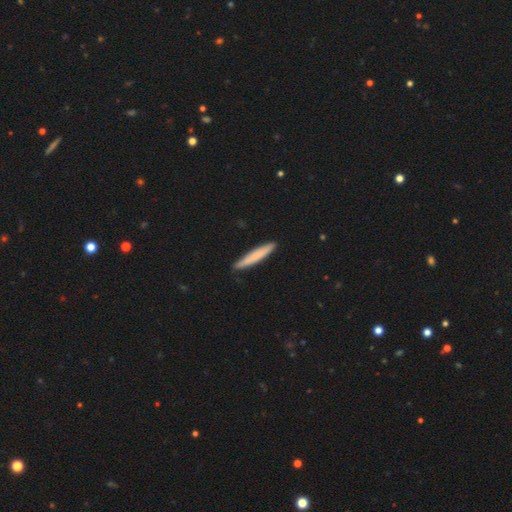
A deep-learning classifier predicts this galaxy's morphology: smooth_or_featured: smooth (p=0.75) [alt: featured or disk p=0.19]
how_rounded: cigar-shaped (p=0.94) [alt: in between p=0.05]
merging: none (p=0.89) [alt: minor disturbance p=0.08]